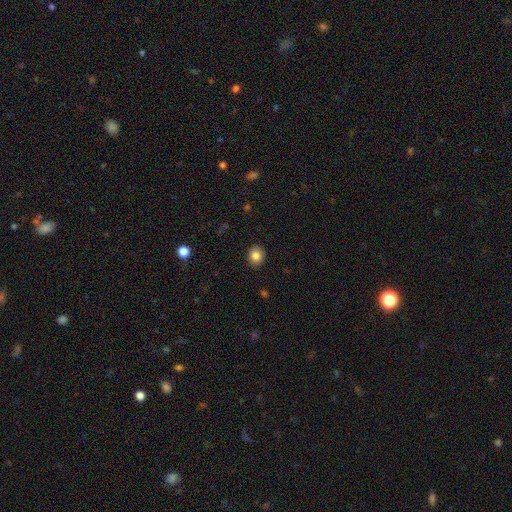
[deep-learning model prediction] Smooth or featured? smooth (84%)
How rounded? round (72%)
Merging? none (91%)